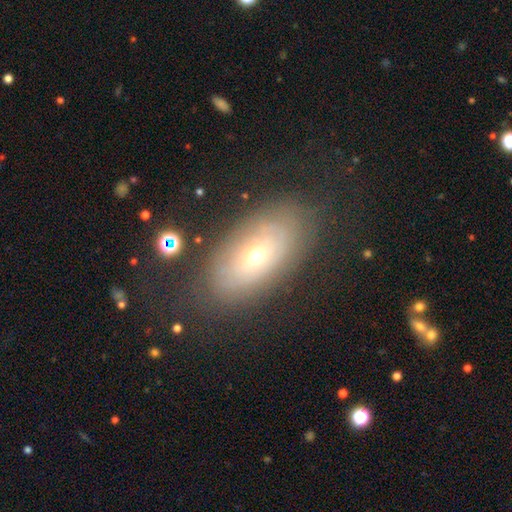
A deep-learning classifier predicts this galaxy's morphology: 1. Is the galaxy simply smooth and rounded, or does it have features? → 45% smooth, 43% featured or disk, 12% star or artifact.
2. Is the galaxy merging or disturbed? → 74% none, 16% minor disturbance, 8% major disturbance, 2% merger.